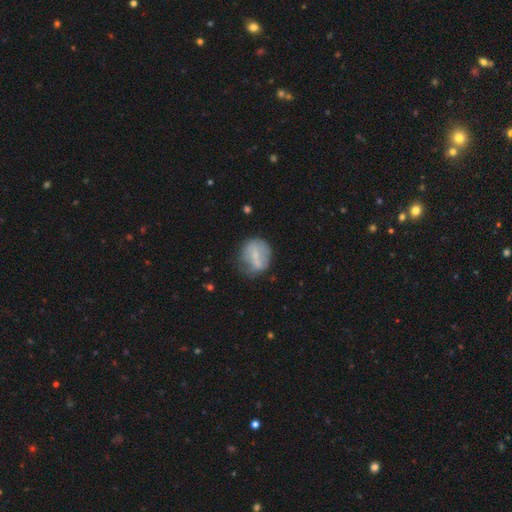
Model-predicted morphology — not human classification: smooth 53%, featured or disk 39%, star or artifact 8%. Down the decision tree: how rounded — round (70%); merging — none (55%).